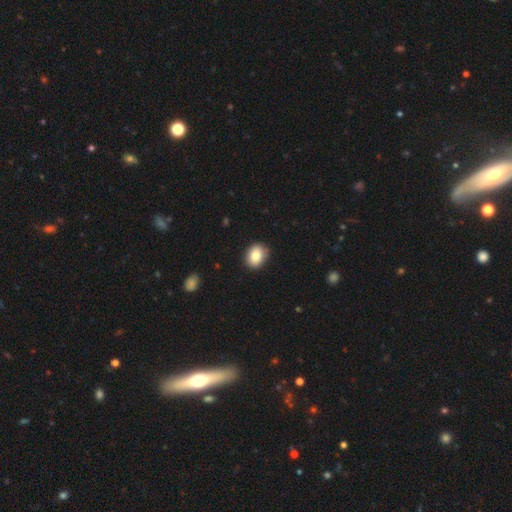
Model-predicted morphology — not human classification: type=smooth (85%); roundness=in between (66%); merging=none (85%).